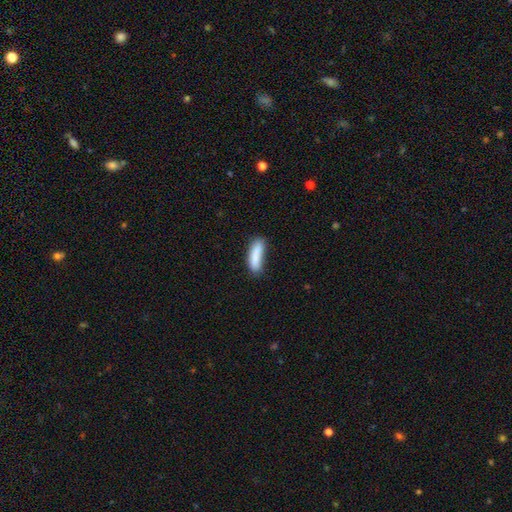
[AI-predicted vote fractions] This appears to be a smooth galaxy with no disk features (86%) that is cigar-shaped (60%). Merging: none (67%).